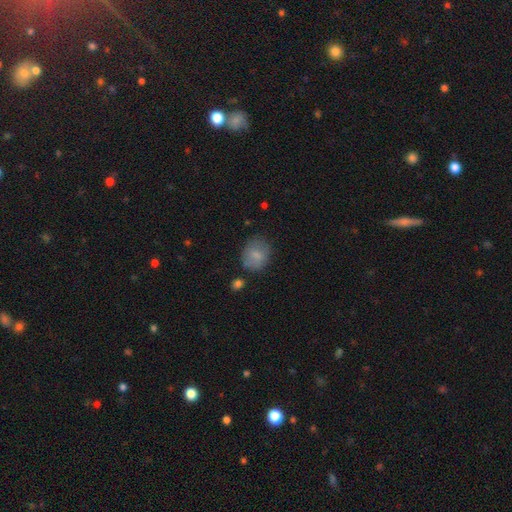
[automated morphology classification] Overall: smooth (78%). How rounded: round (60%; in between 39%). Merging: none (70%).